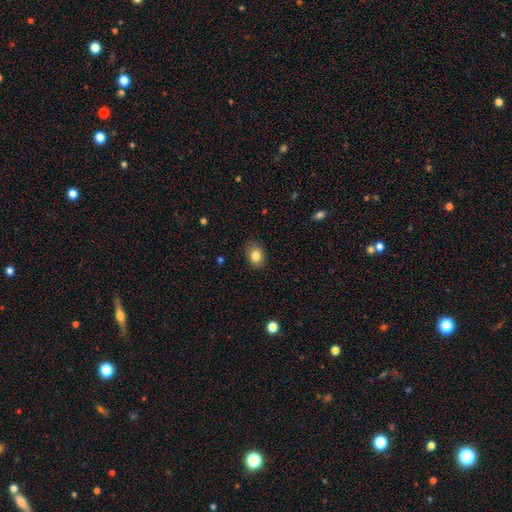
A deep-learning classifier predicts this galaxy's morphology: type=smooth (84%); roundness=in between (69%); merging=none (84%).